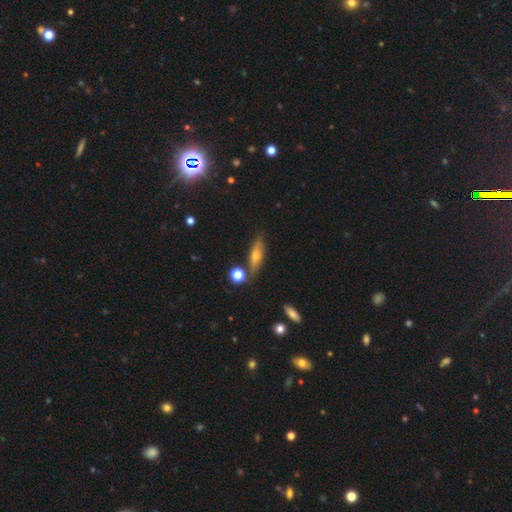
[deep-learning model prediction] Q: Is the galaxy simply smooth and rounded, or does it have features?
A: featured or disk — 48%.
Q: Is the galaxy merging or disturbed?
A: none — 78%.